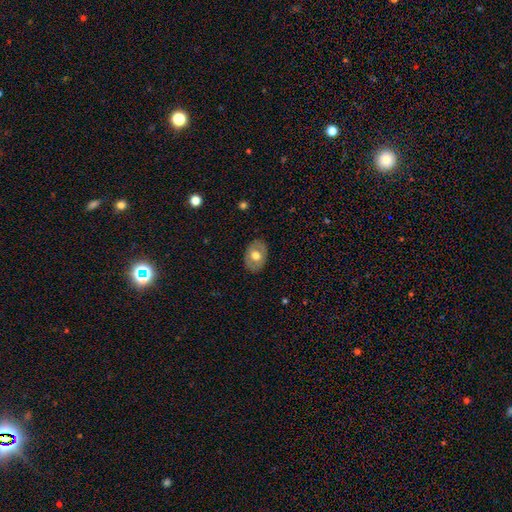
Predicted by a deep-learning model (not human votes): A smooth galaxy with no disk features (60%) that is in between round and cigar-shaped (78%). Merging: none (84%).